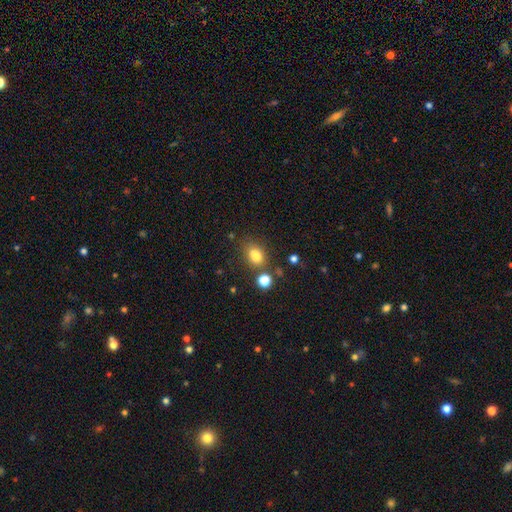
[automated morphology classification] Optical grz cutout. It shows a smooth galaxy with no disk features (80%) that is in between round and cigar-shaped (65%). Merging: none (62%).